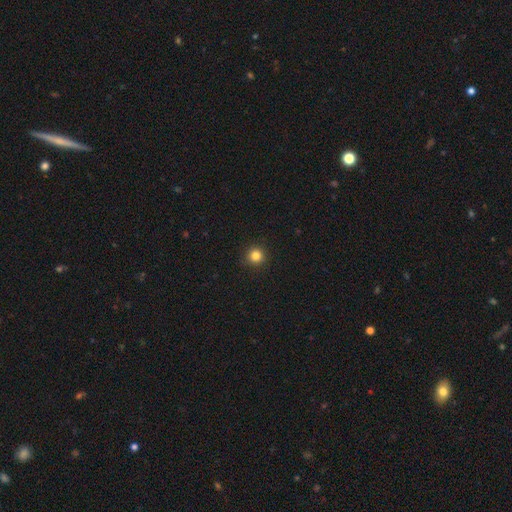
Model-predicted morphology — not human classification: Q: Smooth or featured?
A: smooth (84%); runner-up: star or artifact (12%)
Q: How rounded?
A: round (95%); runner-up: in between (4%)
Q: Merging?
A: none (92%); runner-up: minor disturbance (5%)